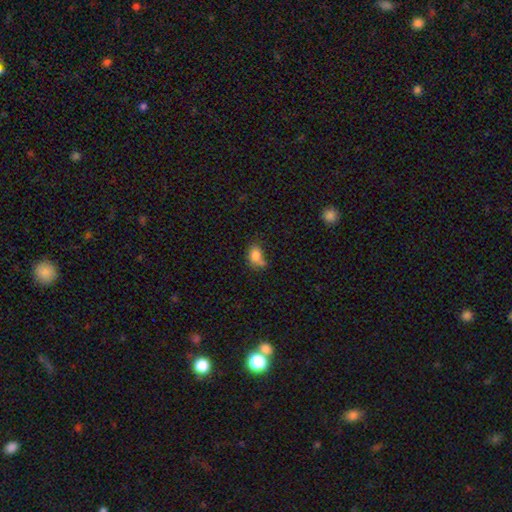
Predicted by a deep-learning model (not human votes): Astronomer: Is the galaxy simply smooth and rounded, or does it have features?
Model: smooth — 80%.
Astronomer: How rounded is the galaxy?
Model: in between — 73%.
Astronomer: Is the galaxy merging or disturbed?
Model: none — 40% (runner-up: minor disturbance, 28%).